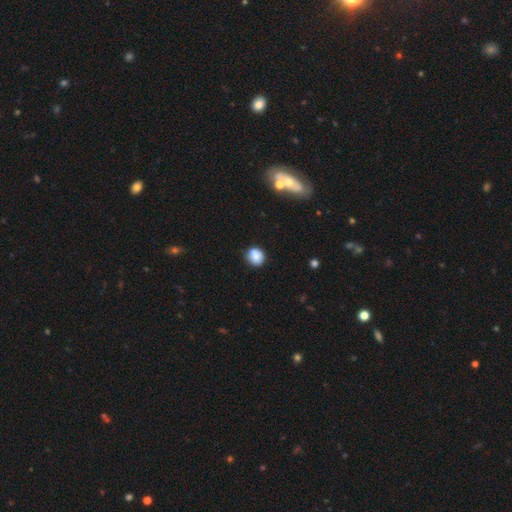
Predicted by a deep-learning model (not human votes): A smooth galaxy with no disk features (84%) that is round (80%). Merging: none (77%).